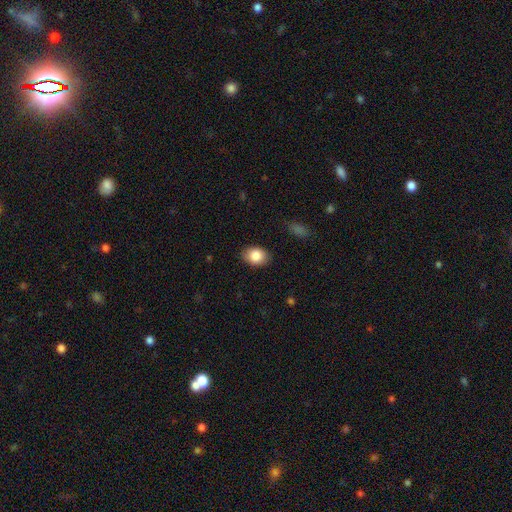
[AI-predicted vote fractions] Morphology: type=smooth (86%); roundness=in between (73%); merging=none (86%).